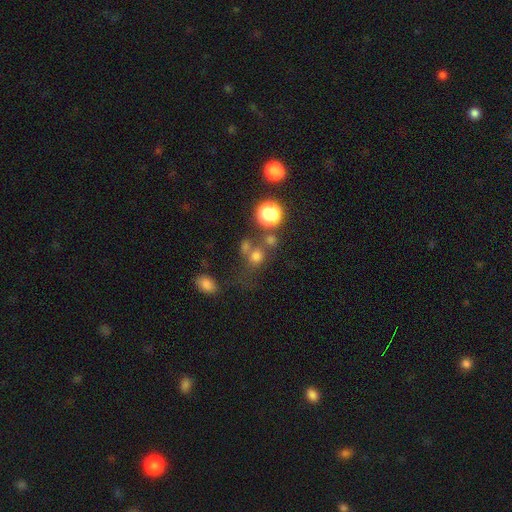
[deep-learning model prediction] This is likely a smooth galaxy (69%). How rounded: likely round (79%). Merging: possibly none (53%).